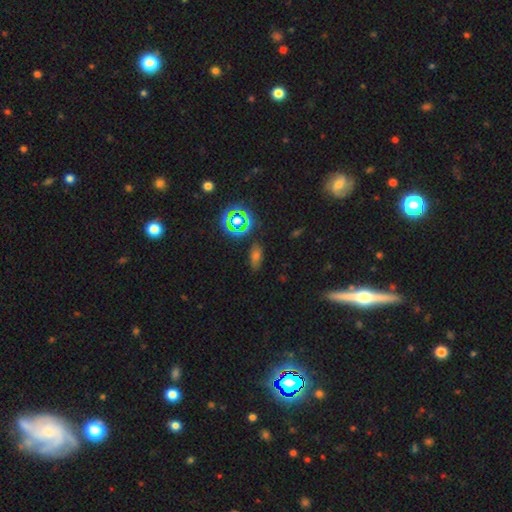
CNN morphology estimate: Q: Smooth or featured?
A: smooth (48%); runner-up: star or artifact (37%)
Q: Merging?
A: none (80%); runner-up: minor disturbance (13%)